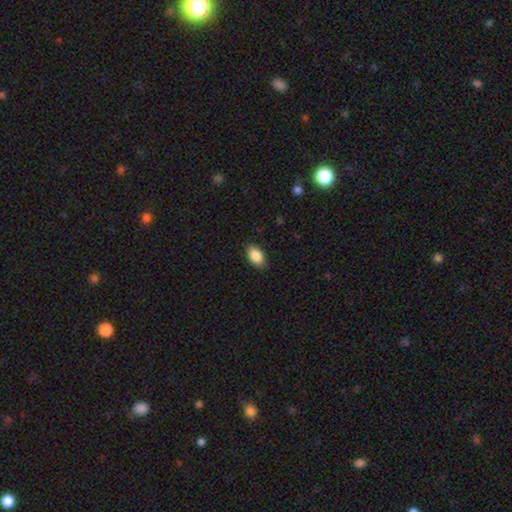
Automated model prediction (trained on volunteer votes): This is clearly a smooth galaxy (88%). How rounded: clearly in between (91%). Merging: clearly none (88%).